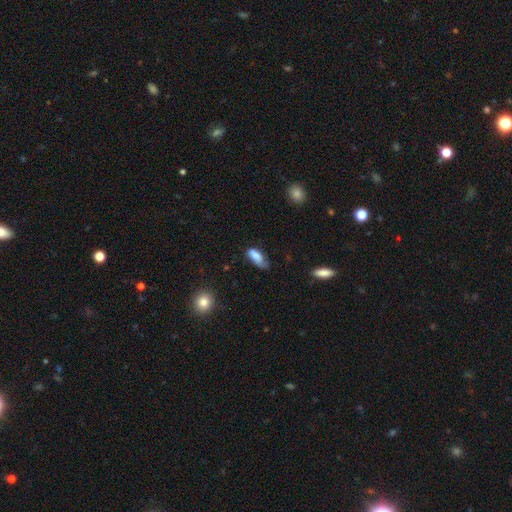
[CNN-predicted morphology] smooth 78%, featured or disk 14%, star or artifact 8%. Down the decision tree: how rounded — in between (82%); merging — minor disturbance (41%).